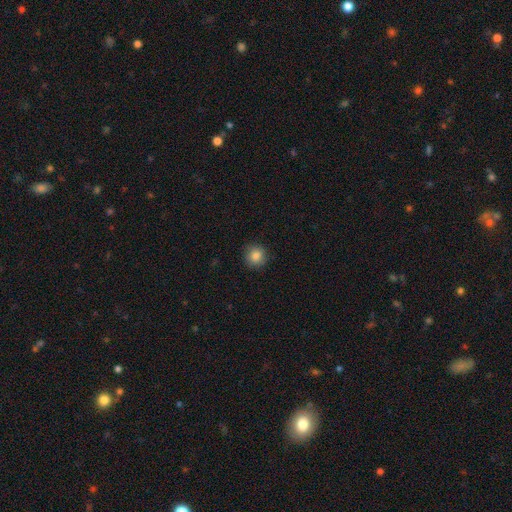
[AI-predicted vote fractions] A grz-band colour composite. It shows a smooth galaxy with no disk features (84%) that is round (92%). Merging: none (88%).